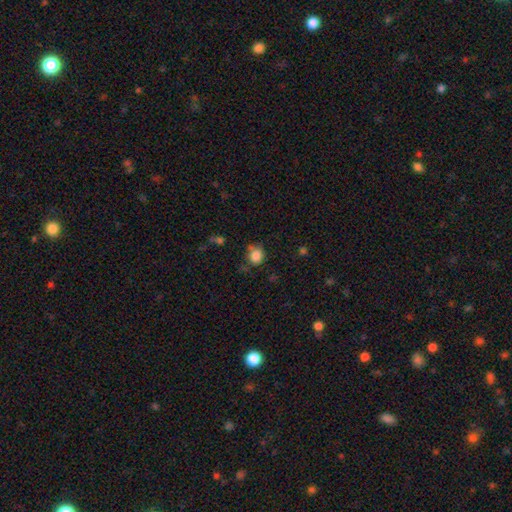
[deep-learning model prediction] This appears to be a smooth galaxy with no disk features (84%) that is round (70%). Merging: none (65%).